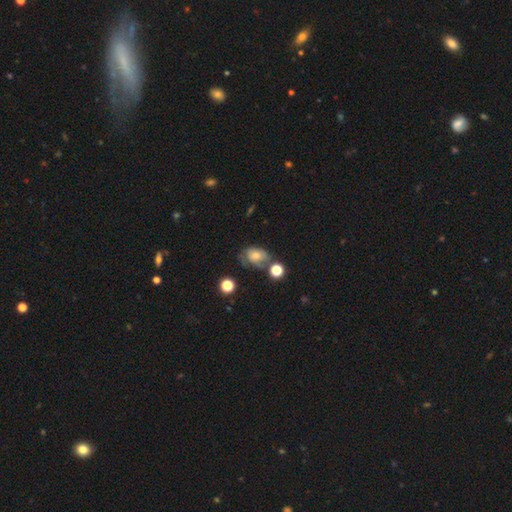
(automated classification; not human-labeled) smooth_or_featured: smooth (p=0.60) [alt: featured or disk p=0.27]
how_rounded: in between (p=0.71) [alt: round p=0.27]
merging: none (p=0.34) [alt: minor disturbance p=0.29]